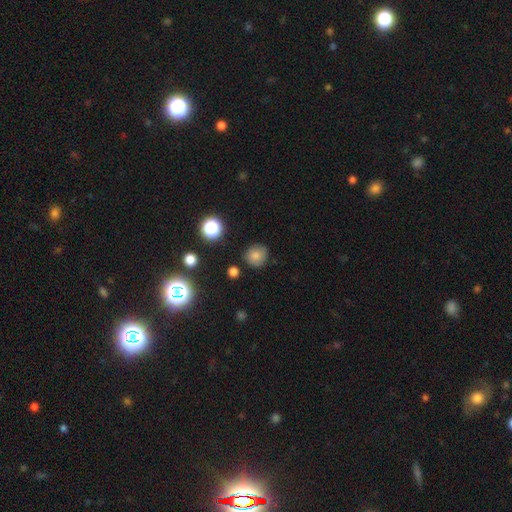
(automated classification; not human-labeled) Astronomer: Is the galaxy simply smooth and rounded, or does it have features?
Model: smooth — 79%.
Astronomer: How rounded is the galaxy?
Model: round — 87%.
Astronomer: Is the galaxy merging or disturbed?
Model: none — 81%.